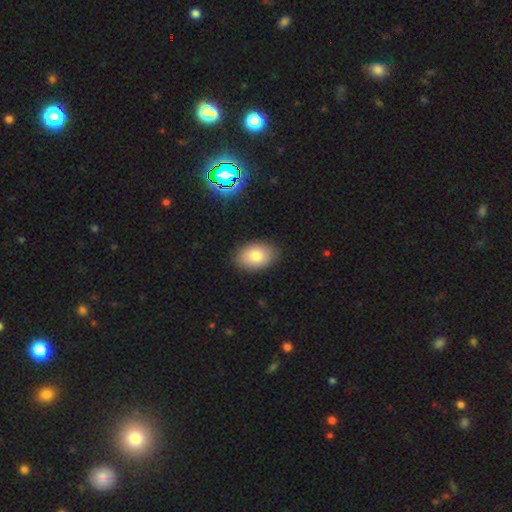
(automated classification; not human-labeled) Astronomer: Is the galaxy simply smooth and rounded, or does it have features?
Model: smooth — 81%.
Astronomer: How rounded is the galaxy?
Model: in between — 85%.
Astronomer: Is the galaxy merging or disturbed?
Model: none — 88%.